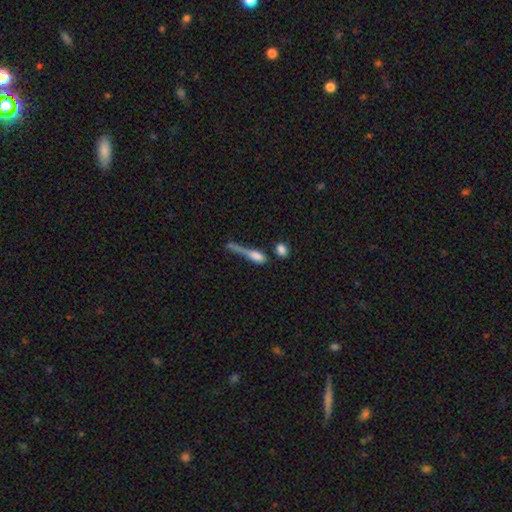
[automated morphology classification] This appears to be a smooth galaxy with no disk features (67%) that is cigar-shaped (47%). Merging: none (30%).